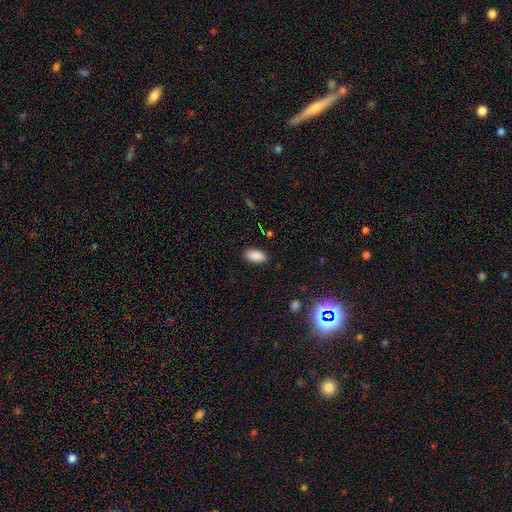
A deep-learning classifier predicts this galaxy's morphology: Smooth or featured: smooth — 88% (star or artifact — 8%)
How rounded: in between — 91% (cigar-shaped — 7%)
Merging: none — 87% (minor disturbance — 9%)